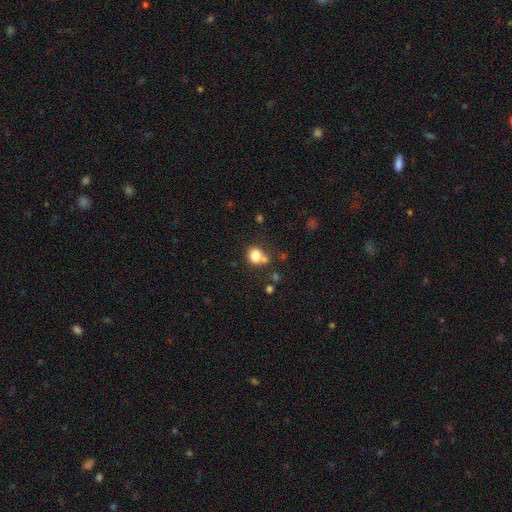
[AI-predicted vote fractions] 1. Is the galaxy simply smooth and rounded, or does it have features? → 79% smooth, 11% star or artifact, 10% featured or disk.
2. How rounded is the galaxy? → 71% round, 28% in between, 1% cigar-shaped.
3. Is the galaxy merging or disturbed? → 50% none, 27% merger, 16% minor disturbance, 7% major disturbance.